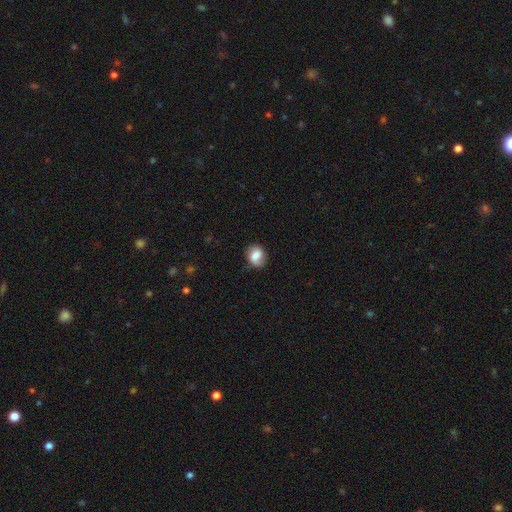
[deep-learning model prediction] Smooth or featured?
  - smooth: 69% *
  - featured or disk: 22%
  - star or artifact: 9%
How rounded?
  - round: 55% *
  - in between: 44%
  - cigar-shaped: 1%
Merging?
  - none: 71% *
  - minor disturbance: 21%
  - major disturbance: 6%
  - merger: 2%